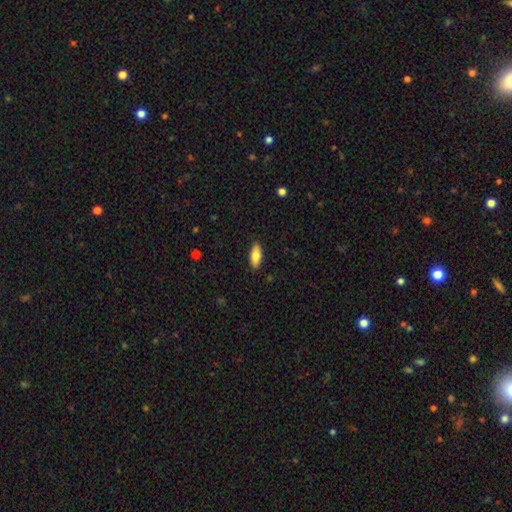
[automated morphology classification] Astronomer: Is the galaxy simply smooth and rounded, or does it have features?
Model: smooth — 77%.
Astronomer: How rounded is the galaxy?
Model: in between — 76%.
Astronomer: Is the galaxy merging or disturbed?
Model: none — 89%.